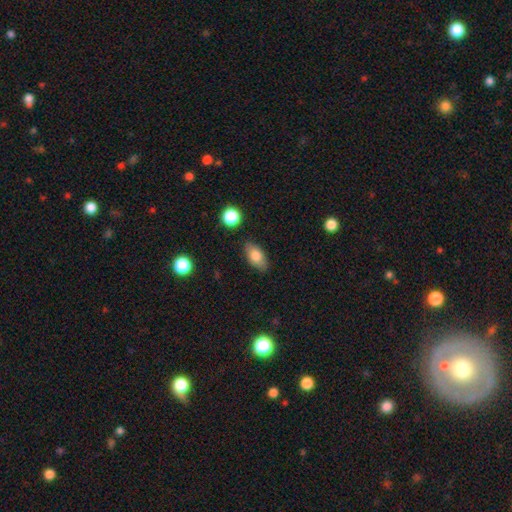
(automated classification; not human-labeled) smooth_or_featured: smooth (p=0.80) [alt: featured or disk p=0.12]
how_rounded: in between (p=0.89) [alt: round p=0.05]
merging: none (p=0.83) [alt: minor disturbance p=0.12]